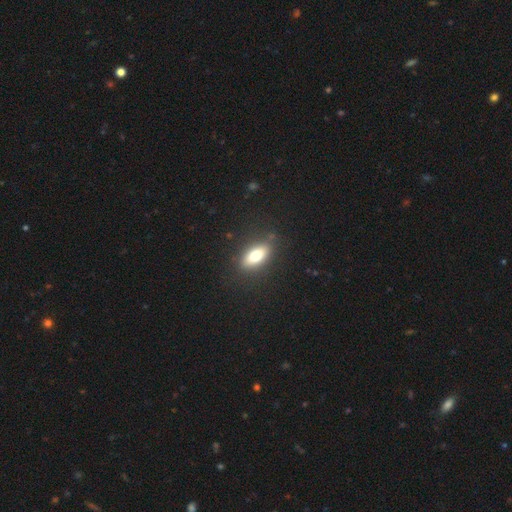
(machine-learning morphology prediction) Smooth or featured: smooth — 73% (featured or disk — 19%)
How rounded: in between — 81% (cigar-shaped — 14%)
Merging: none — 84% (minor disturbance — 11%)